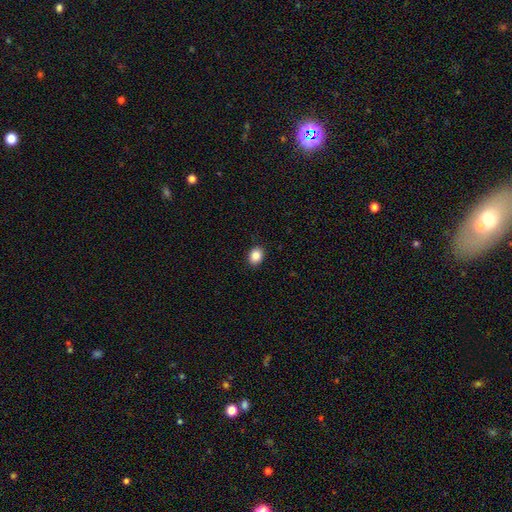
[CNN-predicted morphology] Smooth or featured: smooth — 87% (star or artifact — 9%)
How rounded: in between — 55% (round — 44%)
Merging: none — 91% (minor disturbance — 6%)